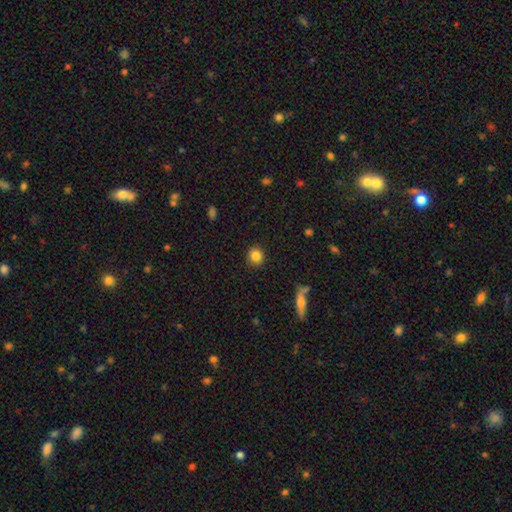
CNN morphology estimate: Smooth or featured? Predicted: smooth (p=0.85). How rounded? Predicted: round (p=0.88). Merging? Predicted: none (p=0.91).